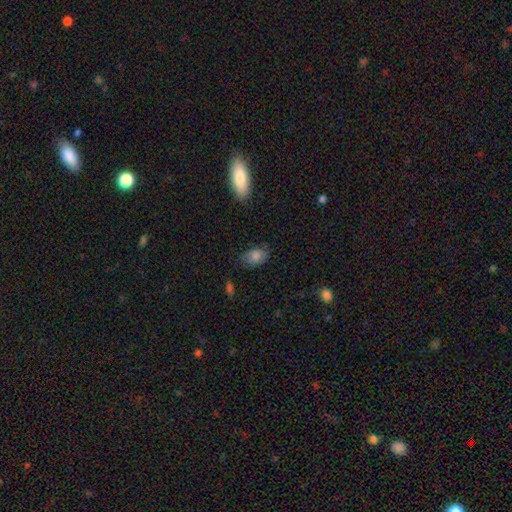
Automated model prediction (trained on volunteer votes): smooth-or-featured: smooth: 81% | featured or disk: 10% | star or artifact: 9%
  how-rounded: in between: 86% | round: 12% | cigar-shaped: 1%
  merging: none: 74% | minor disturbance: 20% | major disturbance: 4% | merger: 2%